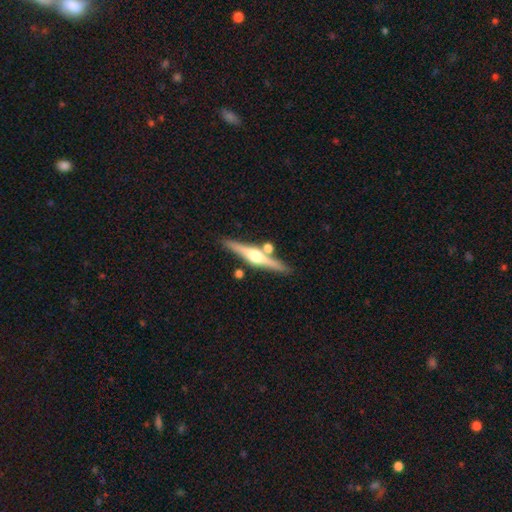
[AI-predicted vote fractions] Smooth or featured: featured or disk — 77% (smooth — 18%)
Edge-on disk: yes — 98% (no — 2%)
Edge-on bulge: rounded — 95% (boxy — 3%)
Merging: none — 80% (merger — 10%)